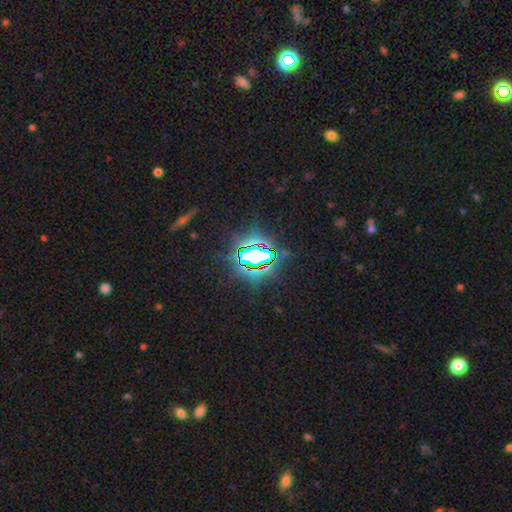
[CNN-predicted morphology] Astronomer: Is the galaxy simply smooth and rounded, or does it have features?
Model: star or artifact — 74%.